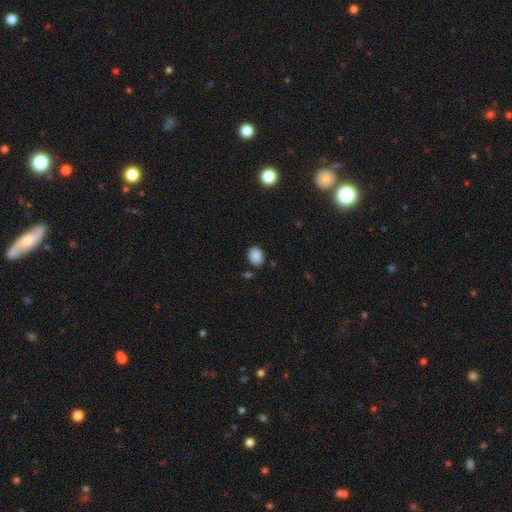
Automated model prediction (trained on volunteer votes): Morphology: type=smooth (87%); roundness=in between (62%); merging=none (81%).